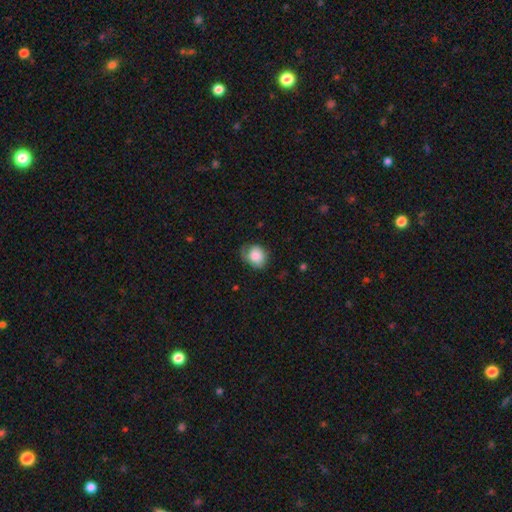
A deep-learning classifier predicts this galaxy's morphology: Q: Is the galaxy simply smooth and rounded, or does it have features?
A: smooth — 83%.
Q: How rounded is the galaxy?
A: round — 53%.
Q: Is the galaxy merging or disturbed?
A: none — 57%.